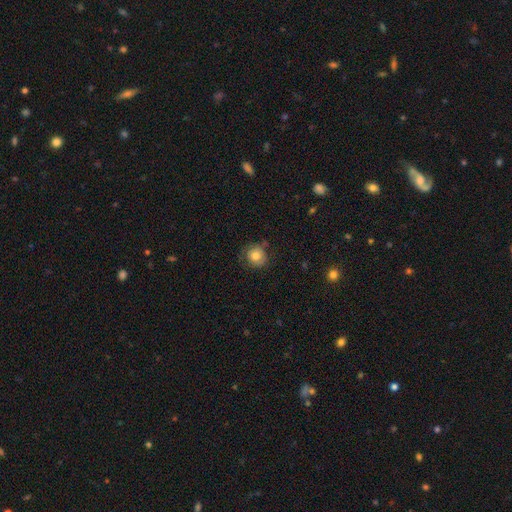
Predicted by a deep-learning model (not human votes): Q: Smooth or featured?
A: smooth (77%); runner-up: featured or disk (13%)
Q: How rounded?
A: round (88%); runner-up: in between (11%)
Q: Merging?
A: none (74%); runner-up: minor disturbance (18%)